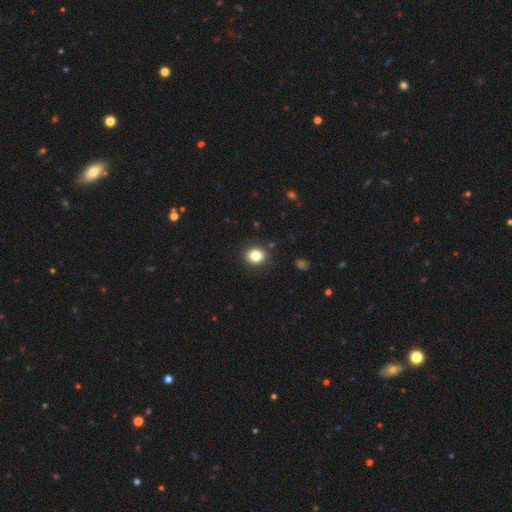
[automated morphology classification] A smooth galaxy with no disk features (83%) that is round (78%). Merging: none (89%).